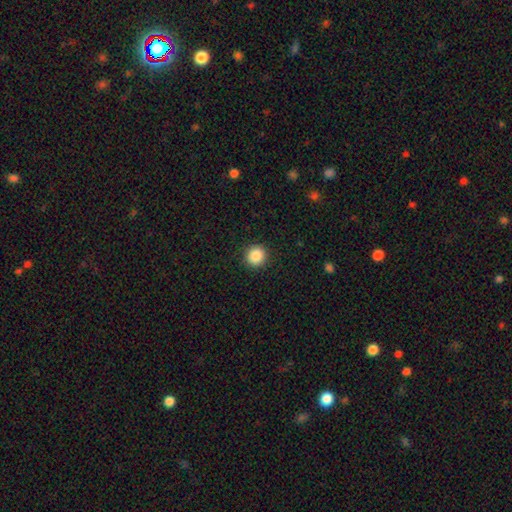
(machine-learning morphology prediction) smooth-or-featured: smooth: 87% | star or artifact: 9% | featured or disk: 3%
  how-rounded: round: 92% | in between: 7% | cigar-shaped: 1%
  merging: none: 92% | minor disturbance: 5% | major disturbance: 2% | merger: 1%